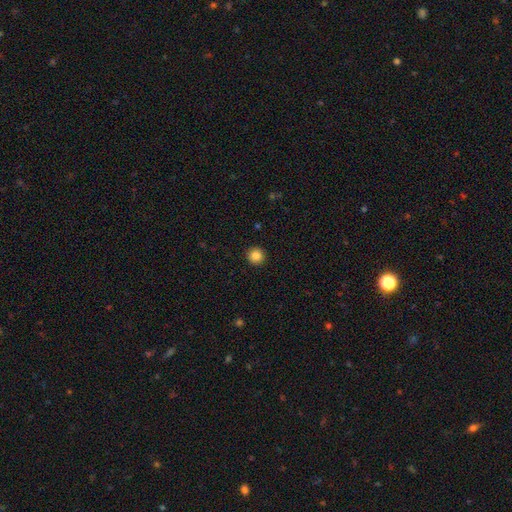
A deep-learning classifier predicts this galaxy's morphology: type=smooth (85%); roundness=round (95%); merging=none (93%).